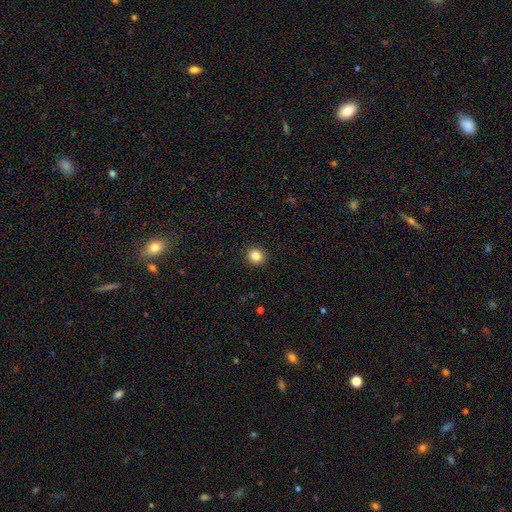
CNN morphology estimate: A smooth galaxy with no disk features (84%) that is round (89%).

Vote fractions:
- Smooth or featured? smooth: 84% / star or artifact: 11% / featured or disk: 5%
- How rounded? round: 89% / in between: 10% / cigar-shaped: 1%
- Merging? none: 92% / minor disturbance: 5% / major disturbance: 2% / merger: 1%